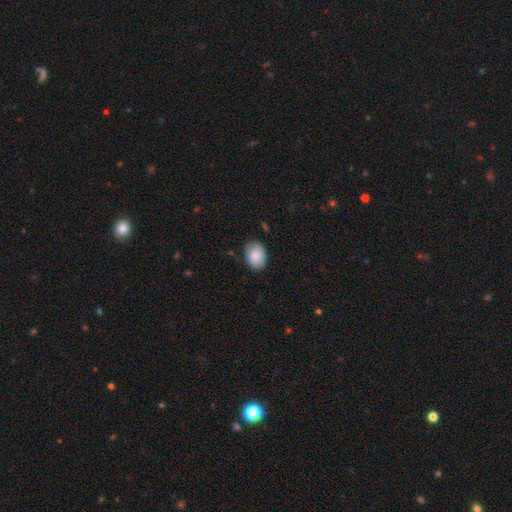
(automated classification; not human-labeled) smooth 86%, featured or disk 7%, star or artifact 7%. Down the decision tree: how rounded — in between (78%); merging — none (84%).